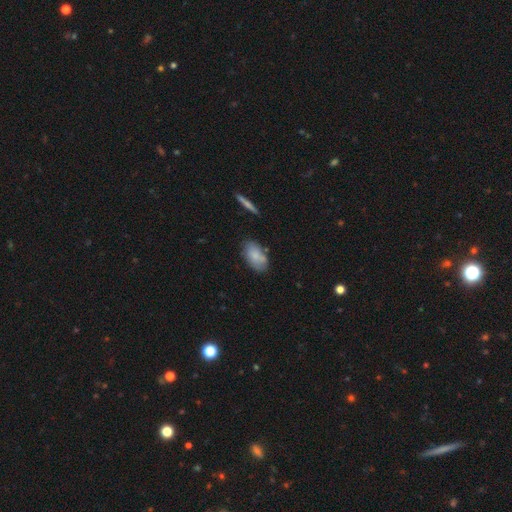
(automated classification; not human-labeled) smooth 78%, featured or disk 15%, star or artifact 7%. Down the decision tree: how rounded — in between (92%); merging — none (67%).